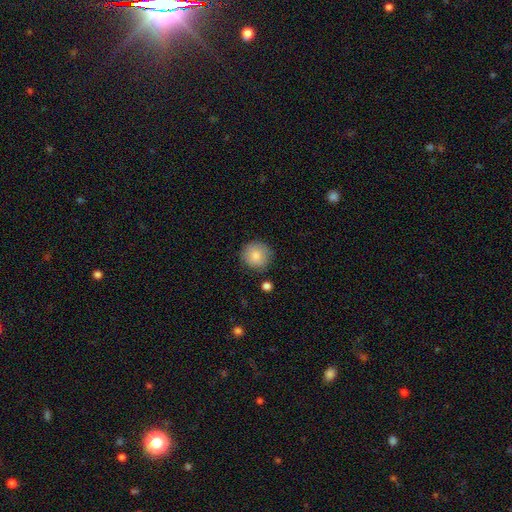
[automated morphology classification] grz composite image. It shows a smooth galaxy with no disk features (85%) that is round (93%). Merging: none (85%).